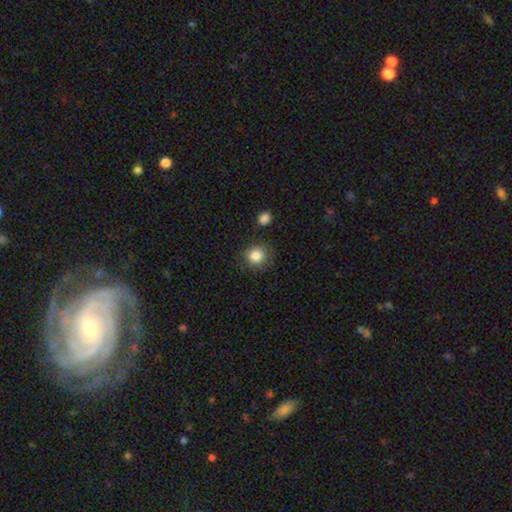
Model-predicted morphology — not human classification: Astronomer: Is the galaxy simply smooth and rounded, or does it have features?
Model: smooth — 85%.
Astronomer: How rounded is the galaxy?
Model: round — 86%.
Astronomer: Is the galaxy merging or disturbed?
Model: none — 80%.